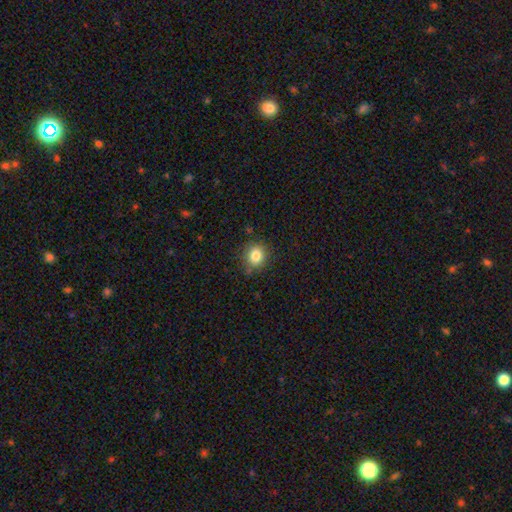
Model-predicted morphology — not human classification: This is clearly a smooth galaxy (83%). How rounded: likely round (80%). Merging: clearly none (81%).